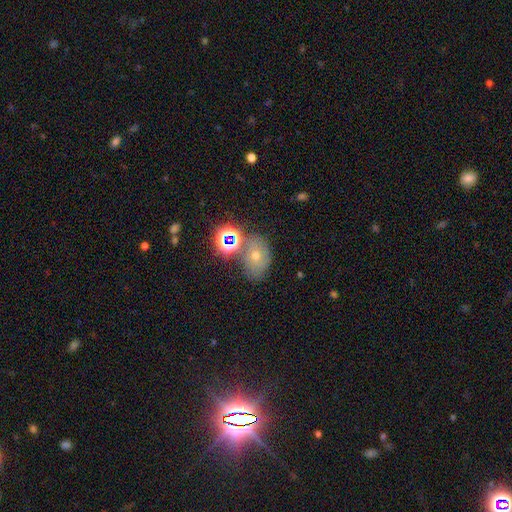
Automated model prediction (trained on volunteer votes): smooth-or-featured: star or artifact: 38% | smooth: 36% | featured or disk: 26%